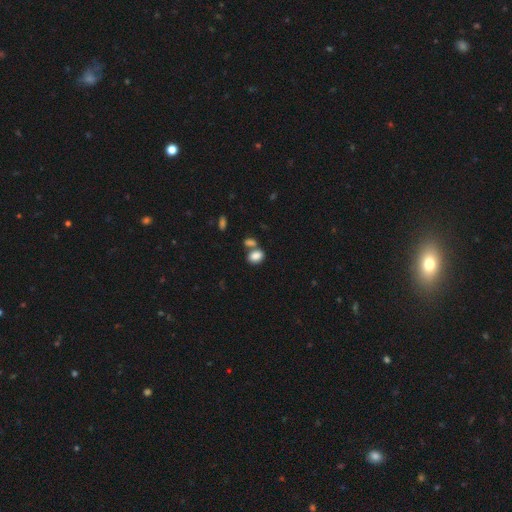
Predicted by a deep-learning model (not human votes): The model was most divided on "merging": none: 46%, merger: 38%, minor disturbance: 11%, major disturbance: 4%. More confident: smooth or featured — smooth (85%); how rounded — in between (78%).